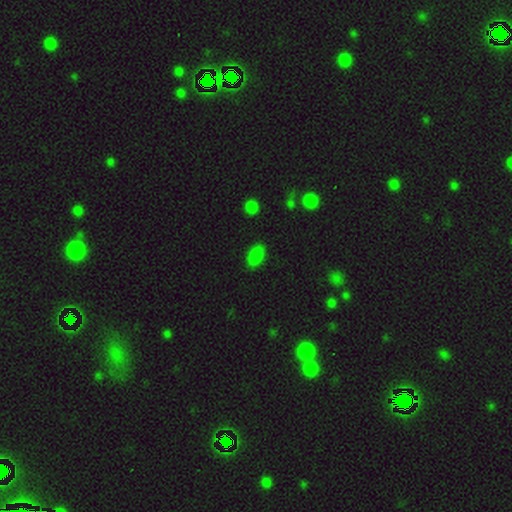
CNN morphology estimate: Q: Smooth or featured?
A: smooth (85%); runner-up: star or artifact (11%)
Q: How rounded?
A: in between (92%); runner-up: round (5%)
Q: Merging?
A: none (86%); runner-up: minor disturbance (10%)